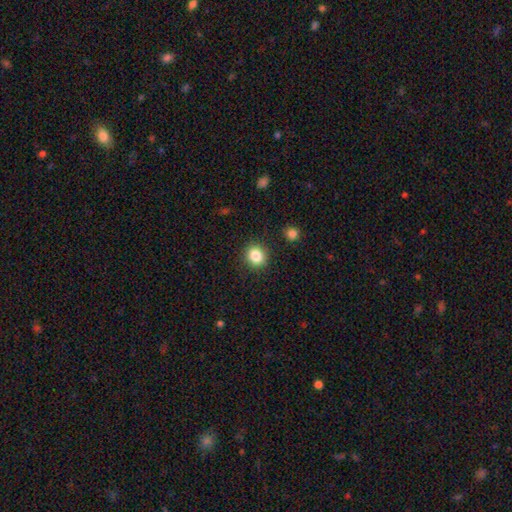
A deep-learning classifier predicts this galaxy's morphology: Smooth or featured? smooth (84%)
How rounded? round (82%)
Merging? none (90%)